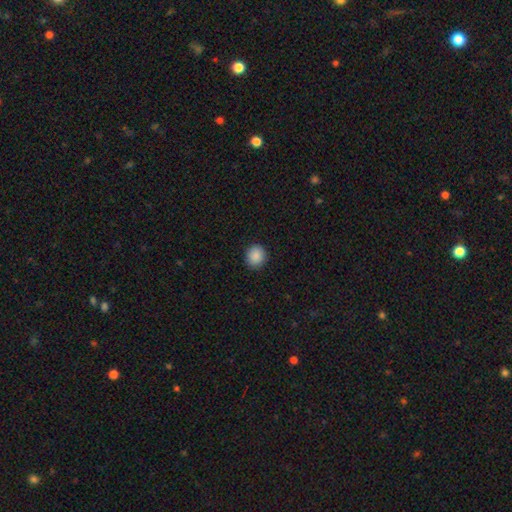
A smooth galaxy with no disk features (89%) that is round (88%).

Vote fractions:
- Smooth or featured? smooth: 89% / featured or disk: 5% / star or artifact: 5%
- How rounded? round: 88% / in between: 12% / cigar-shaped: 0%
- Merging? none: 83% / minor disturbance: 14% / major disturbance: 3% / merger: 0%